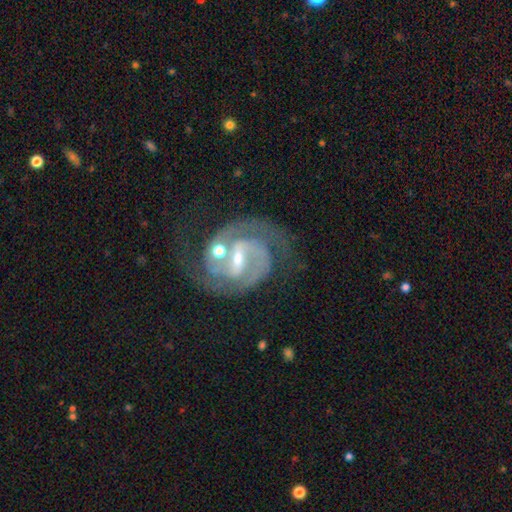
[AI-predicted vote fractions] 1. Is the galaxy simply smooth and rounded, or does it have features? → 91% featured or disk, 5% star or artifact, 4% smooth.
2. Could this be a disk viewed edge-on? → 98% no, 2% yes.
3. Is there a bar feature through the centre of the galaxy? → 47% strong, 41% weak, 11% no.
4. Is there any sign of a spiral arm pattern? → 98% yes, 2% no.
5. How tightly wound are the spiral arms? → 46% medium (tied), 46% tight (tied), 9% loose.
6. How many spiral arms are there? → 83% 2, 7% 3, 4% can't tell, 2% 1, 2% 4, 2% more than 4.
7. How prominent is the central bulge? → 56% small, 37% moderate, 4% none, 2% large, 1% dominant.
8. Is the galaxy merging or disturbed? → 57% none, 17% merger, 15% minor disturbance, 11% major disturbance.